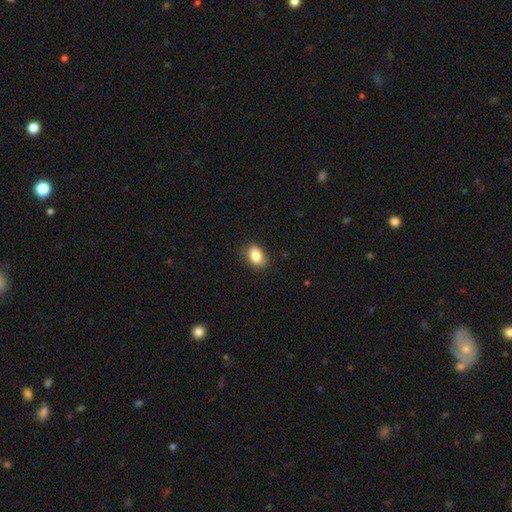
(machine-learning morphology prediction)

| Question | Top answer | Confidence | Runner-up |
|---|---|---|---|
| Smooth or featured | smooth | 85% | star or artifact (8%) |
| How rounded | in between | 80% | round (19%) |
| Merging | none | 85% | minor disturbance (12%) |